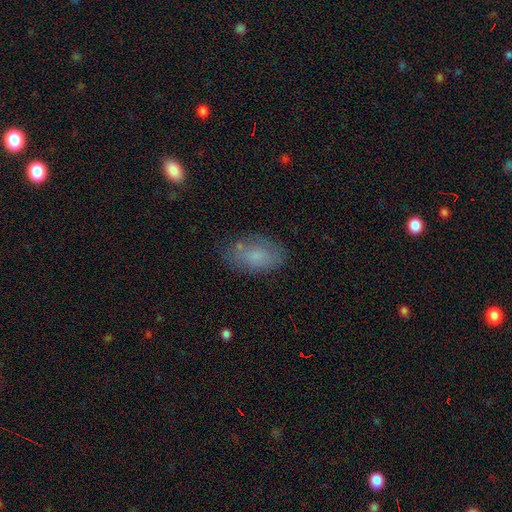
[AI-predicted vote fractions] smooth 73%, featured or disk 19%, star or artifact 9%. Down the decision tree: how rounded — in between (92%); merging — none (71%).